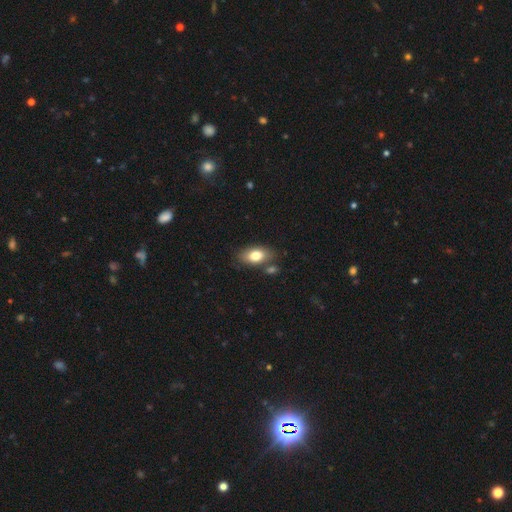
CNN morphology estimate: Smooth or featured? Predicted: smooth (p=0.78). How rounded? Predicted: in between (p=0.89). Merging? Predicted: none (p=0.72).